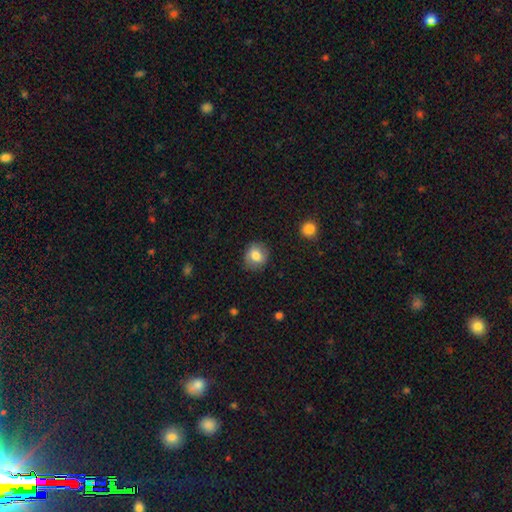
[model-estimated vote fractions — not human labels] The model was most divided on "how rounded": round: 78%, in between: 21%, cigar-shaped: 1%. More confident: merging — none (81%); smooth or featured — smooth (79%).